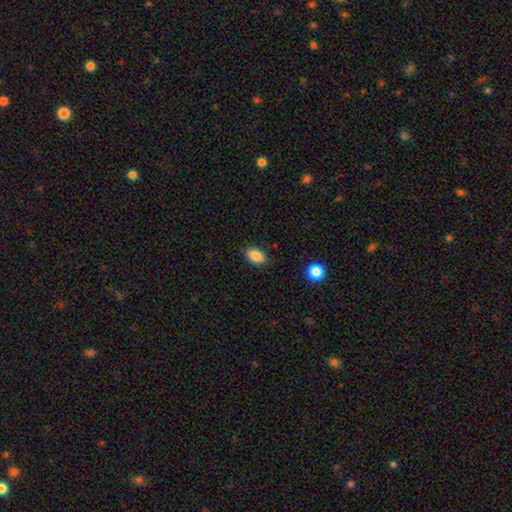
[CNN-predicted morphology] A smooth galaxy with no disk features (88%) that is in between round and cigar-shaped (87%). Merging: none (87%).